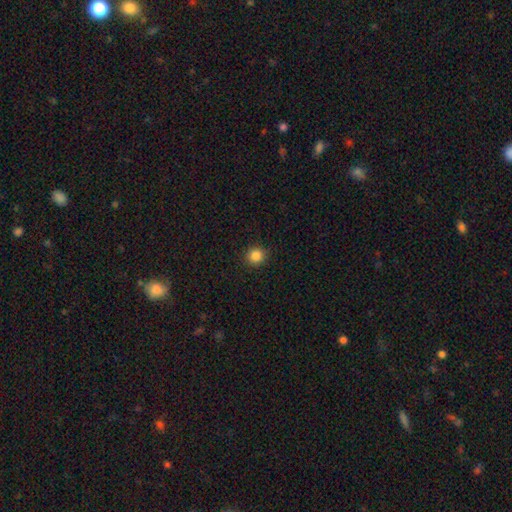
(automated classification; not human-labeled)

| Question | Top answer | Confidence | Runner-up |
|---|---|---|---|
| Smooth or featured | smooth | 86% | star or artifact (11%) |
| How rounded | round | 90% | in between (9%) |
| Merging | none | 92% | minor disturbance (6%) |